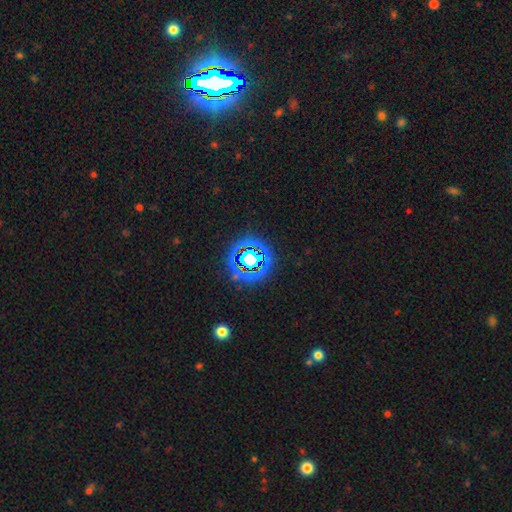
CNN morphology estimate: type=star or artifact (74%).